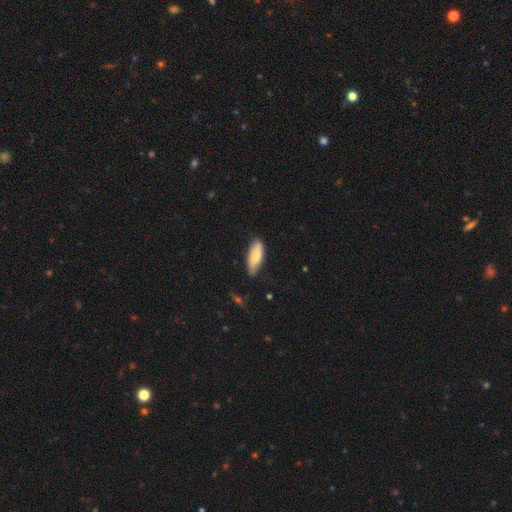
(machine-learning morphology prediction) Q: Smooth or featured?
A: smooth (77%); runner-up: featured or disk (17%)
Q: How rounded?
A: in between (62%); runner-up: cigar-shaped (36%)
Q: Merging?
A: none (73%); runner-up: minor disturbance (22%)